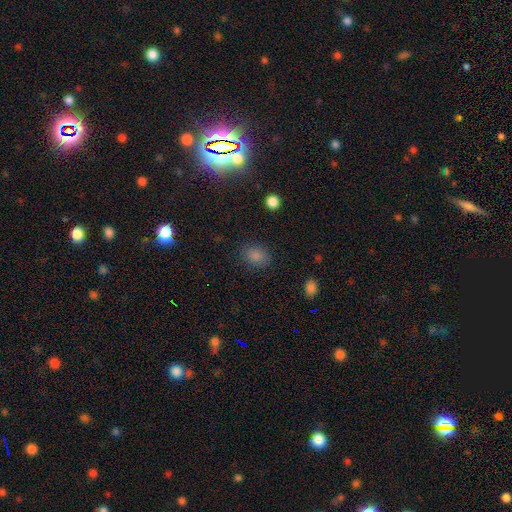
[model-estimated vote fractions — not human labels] smooth-or-featured: smooth: 84% | star or artifact: 12% | featured or disk: 4%
  how-rounded: in between: 62% | round: 37% | cigar-shaped: 1%
  merging: none: 85% | minor disturbance: 11% | major disturbance: 3% | merger: 1%